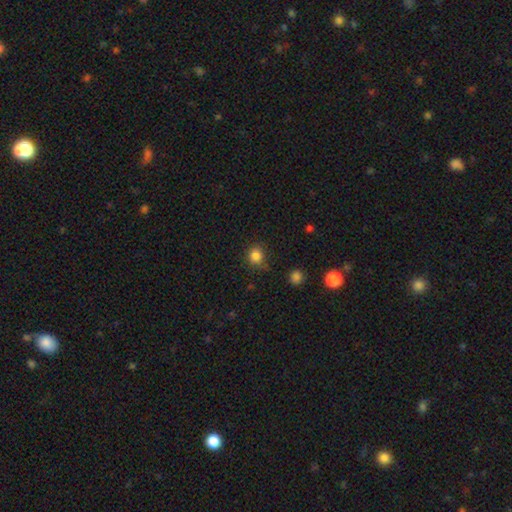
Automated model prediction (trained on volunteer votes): Q: Smooth or featured?
A: smooth (83%); runner-up: star or artifact (13%)
Q: How rounded?
A: round (84%); runner-up: in between (15%)
Q: Merging?
A: none (78%); runner-up: minor disturbance (16%)